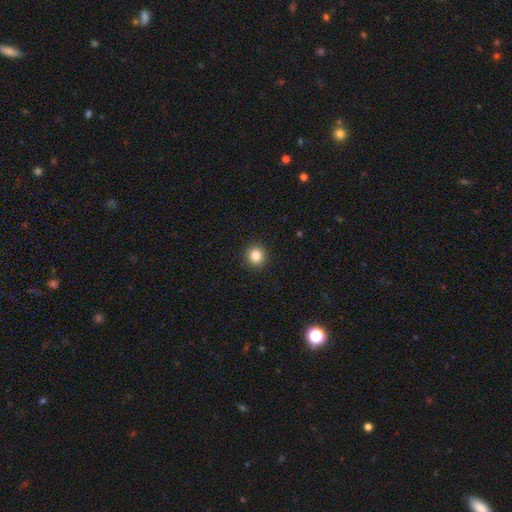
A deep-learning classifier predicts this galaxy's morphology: A smooth galaxy with no disk features (84%) that is round (93%).

Vote fractions:
- Smooth or featured? smooth: 84% / star or artifact: 11% / featured or disk: 5%
- How rounded? round: 93% / in between: 6% / cigar-shaped: 1%
- Merging? none: 93% / minor disturbance: 5% / major disturbance: 2% / merger: 1%